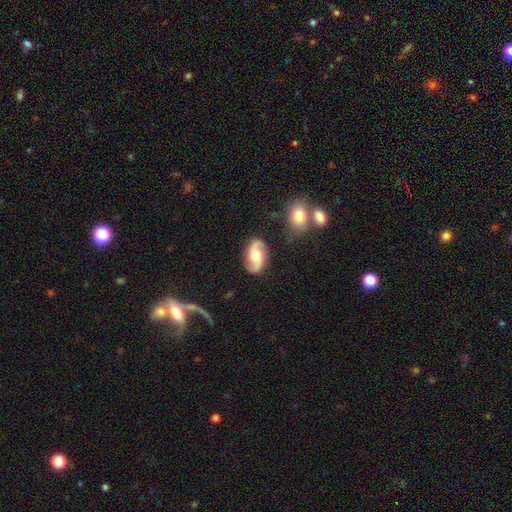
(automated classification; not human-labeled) The model was most divided on "spiral winding": loose: 45%, medium: 42%, tight: 13%. More confident: edge-on disk — no (97%); spiral arms — yes (95%); spiral arm count — 2 (94%); merging — none (82%); smooth or featured — featured or disk (81%); bulge size — moderate (66%); bar — no (58%).